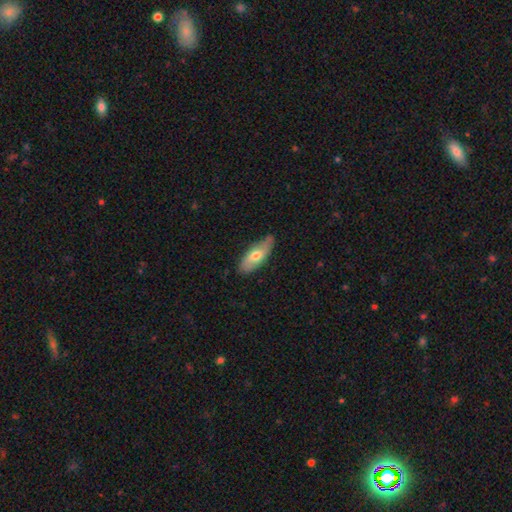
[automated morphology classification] type=smooth (59%); roundness=in between (75%); merging=none (72%).